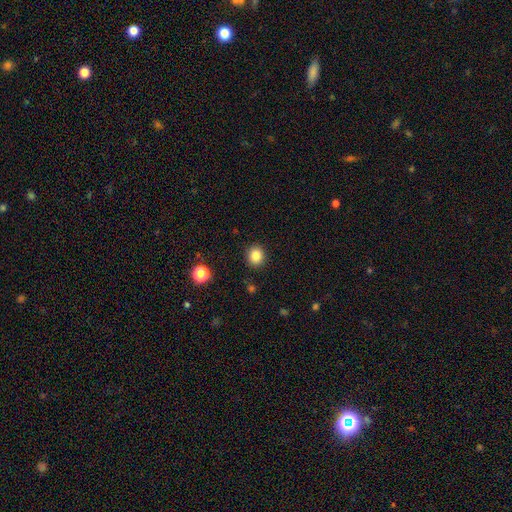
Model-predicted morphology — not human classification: The model was most divided on "how rounded": round: 80%, in between: 19%, cigar-shaped: 1%. More confident: merging — none (91%); smooth or featured — smooth (85%).